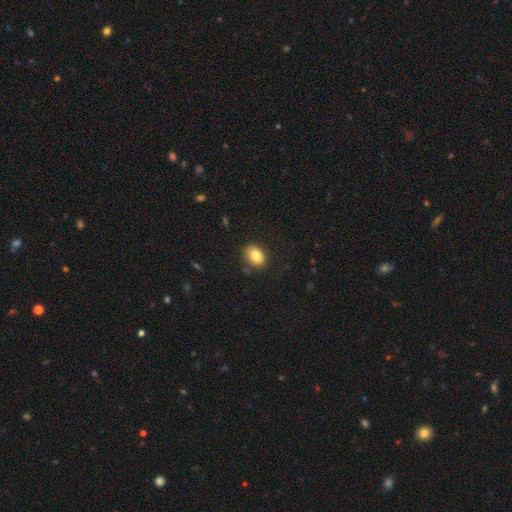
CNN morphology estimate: Overall: smooth (83%). How rounded: in between (70%). Merging: none (83%).